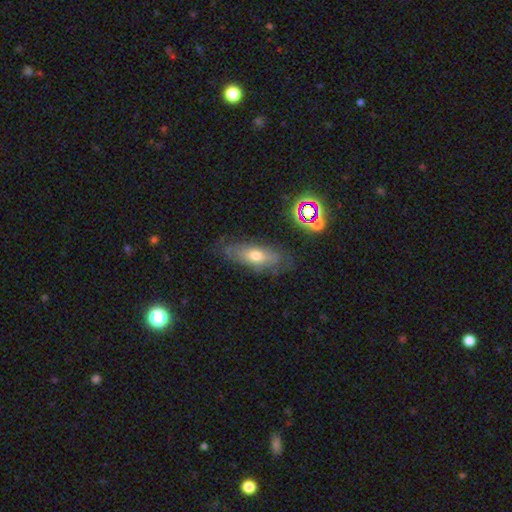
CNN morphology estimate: Smooth or featured: smooth — 49% (featured or disk — 41%)
Merging: none — 68% (minor disturbance — 21%)